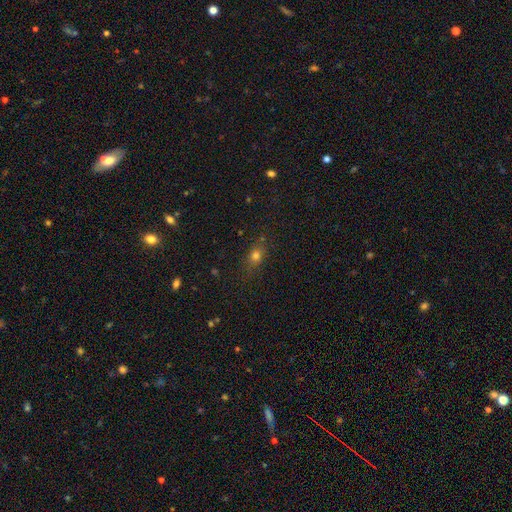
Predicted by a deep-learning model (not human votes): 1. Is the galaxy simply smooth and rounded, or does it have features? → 71% smooth, 19% star or artifact, 10% featured or disk.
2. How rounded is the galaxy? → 48% in between, 47% round, 5% cigar-shaped.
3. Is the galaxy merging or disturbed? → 79% none, 14% minor disturbance, 5% major disturbance, 2% merger.